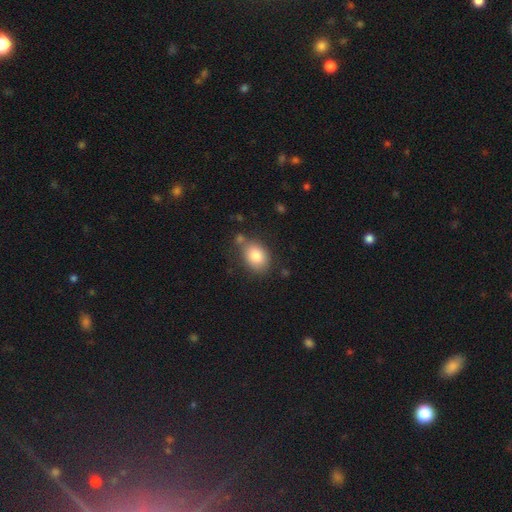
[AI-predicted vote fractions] Smooth or featured: smooth — 83% (featured or disk — 9%)
How rounded: in between — 69% (round — 30%)
Merging: none — 68% (minor disturbance — 17%)